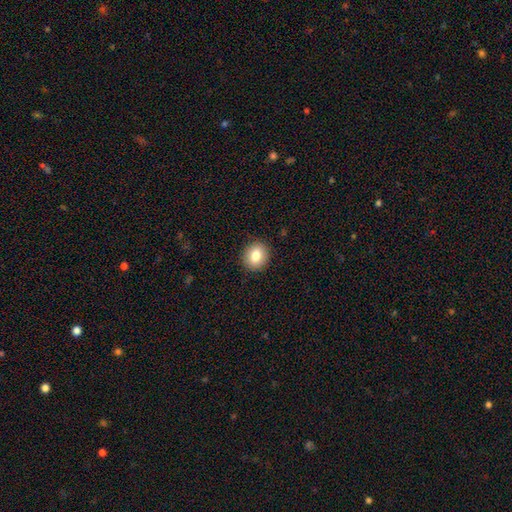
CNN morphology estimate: Smooth or featured? smooth (83%)
How rounded? round (72%)
Merging? none (90%)